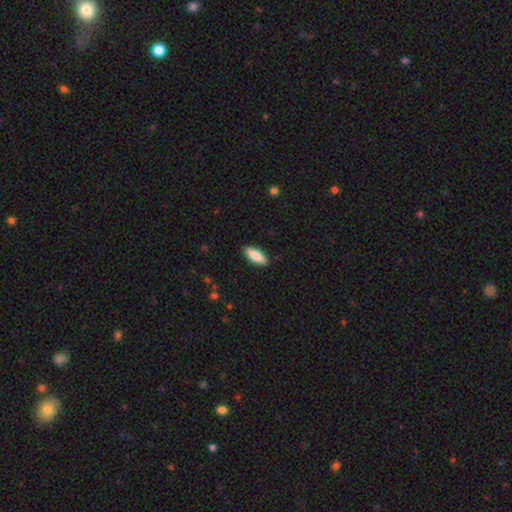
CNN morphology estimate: This is clearly a smooth galaxy (85%). How rounded: likely in between (71%). Merging: clearly none (89%).